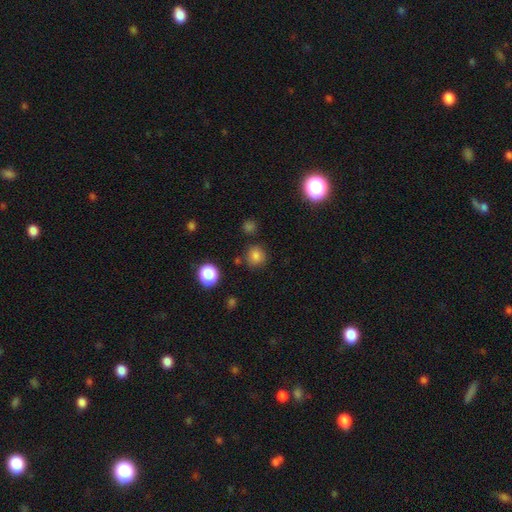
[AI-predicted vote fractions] smooth-or-featured: smooth: 79% | star or artifact: 15% | featured or disk: 6%
  how-rounded: round: 88% | in between: 11% | cigar-shaped: 1%
  merging: none: 81% | minor disturbance: 11% | merger: 5% | major disturbance: 3%